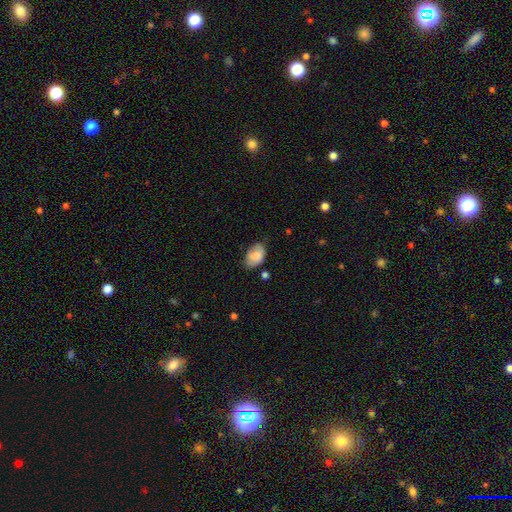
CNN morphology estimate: Smooth or featured?
  - smooth: 79% *
  - featured or disk: 14%
  - star or artifact: 8%
How rounded?
  - in between: 87% *
  - round: 11%
  - cigar-shaped: 1%
Merging?
  - none: 60% *
  - minor disturbance: 29%
  - major disturbance: 7%
  - merger: 3%